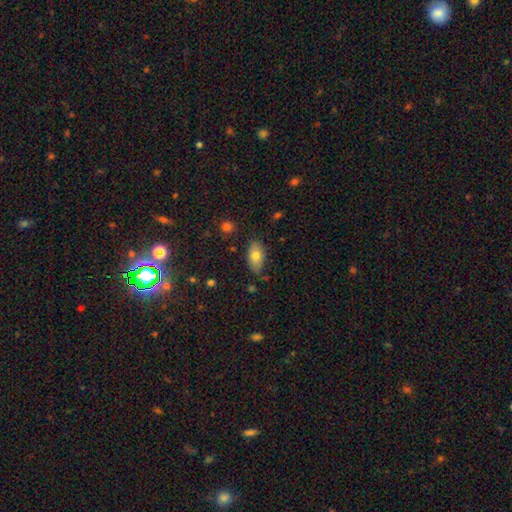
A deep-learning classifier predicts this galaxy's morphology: smooth_or_featured: smooth (p=0.75) [alt: featured or disk p=0.17]
how_rounded: in between (p=0.91) [alt: round p=0.05]
merging: none (p=0.78) [alt: minor disturbance p=0.17]